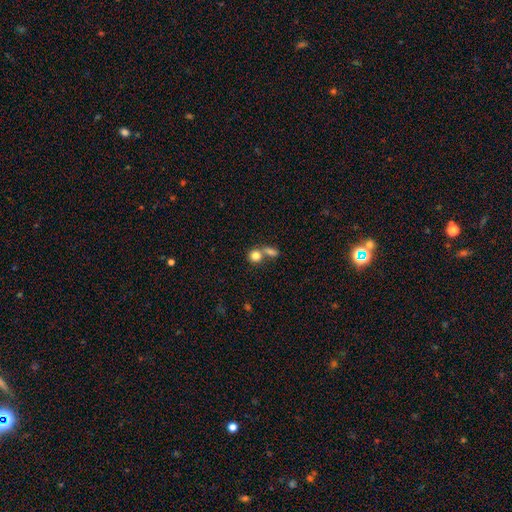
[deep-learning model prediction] smooth-or-featured: smooth: 81% | star or artifact: 10% | featured or disk: 9%
  how-rounded: round: 81% | in between: 17% | cigar-shaped: 2%
  merging: merger: 44% | none: 43% | minor disturbance: 8% | major disturbance: 4%